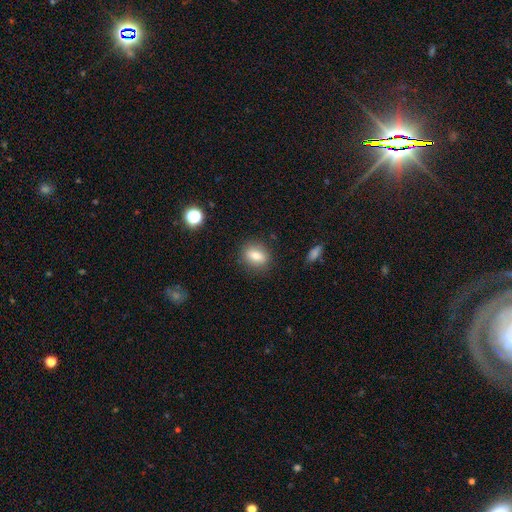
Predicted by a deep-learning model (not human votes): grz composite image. It shows a smooth galaxy with no disk features (80%) that is in between round and cigar-shaped (66%). Merging: none (85%).